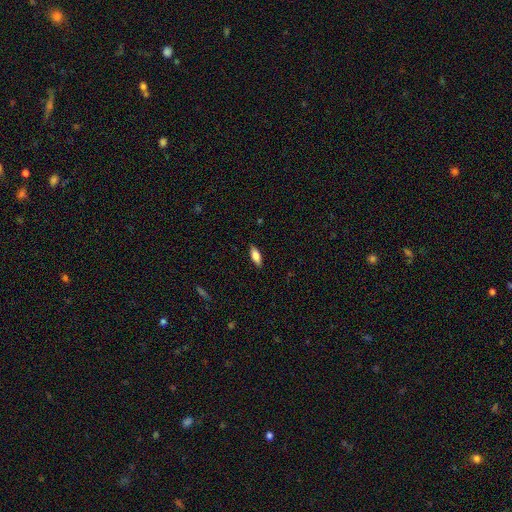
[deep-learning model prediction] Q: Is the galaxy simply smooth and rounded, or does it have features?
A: smooth — 81%.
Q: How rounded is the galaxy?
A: in between — 76%.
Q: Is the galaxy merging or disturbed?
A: none — 87%.